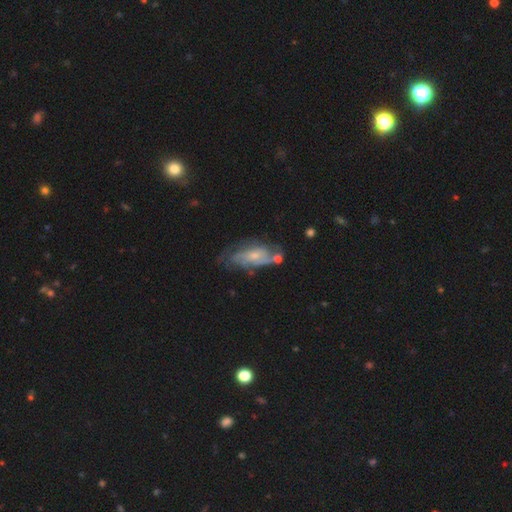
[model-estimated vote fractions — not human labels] Q: Smooth or featured?
A: featured or disk (70%); runner-up: smooth (24%)
Q: Edge-on disk?
A: no (92%); runner-up: yes (8%)
Q: Bar?
A: no (69%); runner-up: weak (26%)
Q: Spiral arms?
A: yes (80%); runner-up: no (20%)
Q: Spiral winding?
A: medium (40%); runner-up: tight (39%)
Q: Spiral arm count?
A: can't tell (45%); runner-up: 2 (27%)
Q: Bulge size?
A: small (61%); runner-up: moderate (31%)
Q: Merging?
A: none (44%); runner-up: minor disturbance (25%)